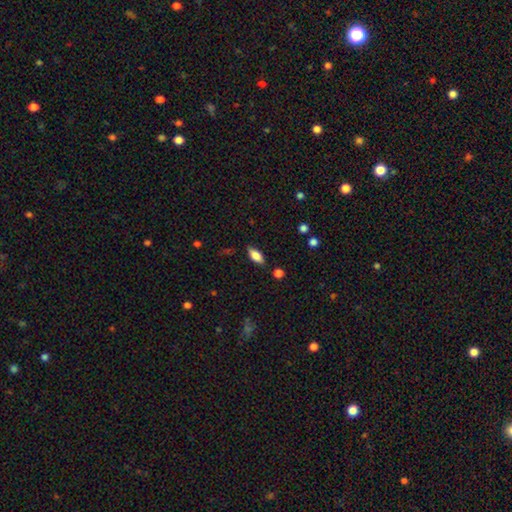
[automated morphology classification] Smooth or featured? Predicted: smooth (p=0.78). How rounded? Predicted: in between (p=0.84). Merging? Predicted: none (p=0.83).